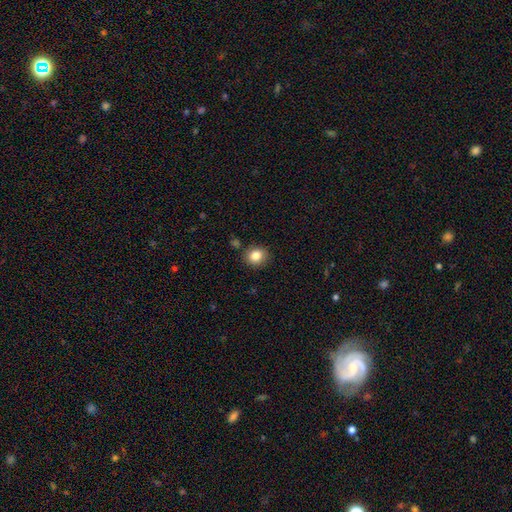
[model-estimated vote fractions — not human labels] This appears to be a smooth galaxy with no disk features (84%) that is round (77%). Merging: none (85%).